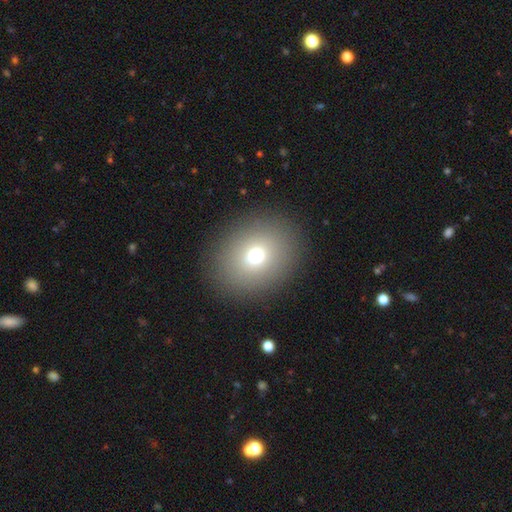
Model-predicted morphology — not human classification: Smooth or featured? Predicted: smooth (p=0.70). How rounded? Predicted: round (p=0.62). Merging? Predicted: none (p=0.88).